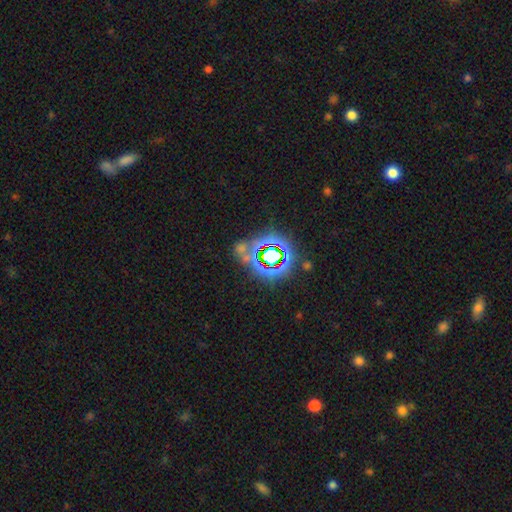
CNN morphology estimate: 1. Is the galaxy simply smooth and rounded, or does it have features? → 74% star or artifact, 13% smooth, 12% featured or disk.